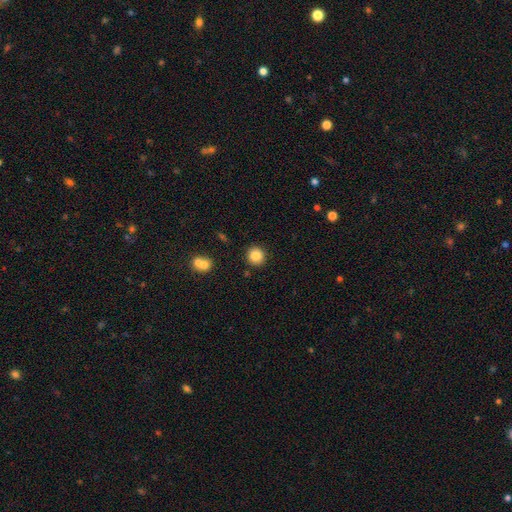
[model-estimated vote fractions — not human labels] smooth_or_featured: smooth (p=0.86) [alt: star or artifact p=0.09]
how_rounded: round (p=0.89) [alt: in between p=0.10]
merging: none (p=0.87) [alt: minor disturbance p=0.07]